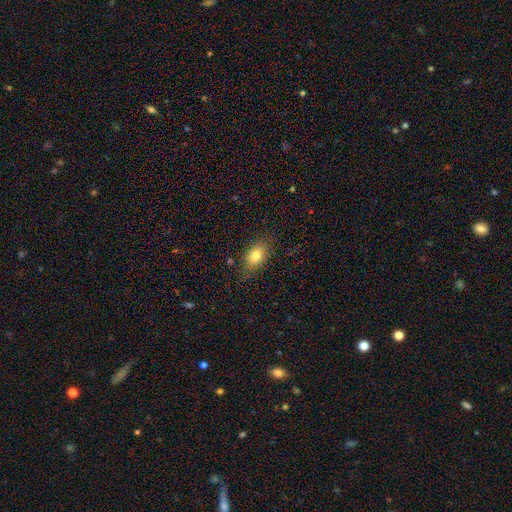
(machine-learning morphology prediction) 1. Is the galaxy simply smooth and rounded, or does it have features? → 81% smooth, 10% featured or disk, 9% star or artifact.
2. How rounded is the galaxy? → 83% in between, 13% round, 4% cigar-shaped.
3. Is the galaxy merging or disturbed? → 80% none, 15% minor disturbance, 4% major disturbance, 1% merger.